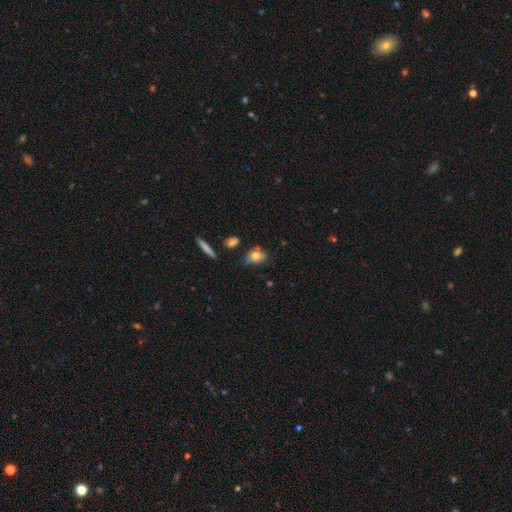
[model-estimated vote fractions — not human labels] Smooth or featured? smooth (75%)
How rounded? in between (69%)
Merging? none (59%)